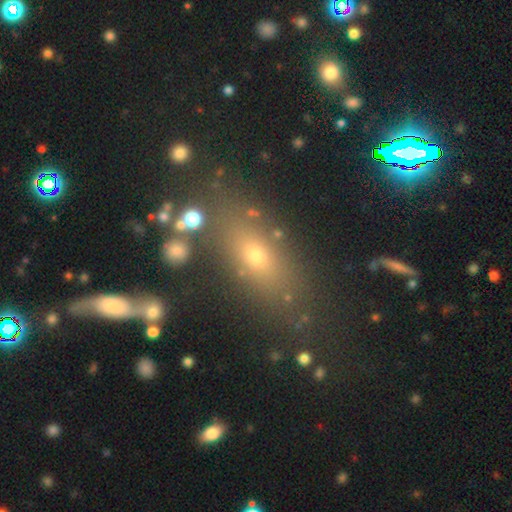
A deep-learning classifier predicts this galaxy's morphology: Smooth or featured? smooth (64%)
How rounded? in between (60%)
Merging? none (77%)